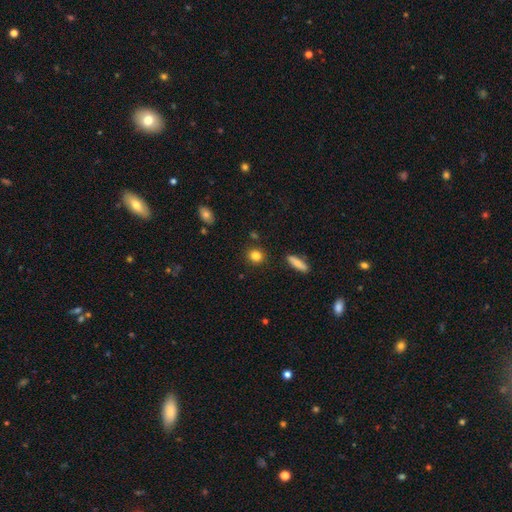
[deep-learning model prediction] Morphology: type=smooth (84%); roundness=round (76%); merging=none (87%).